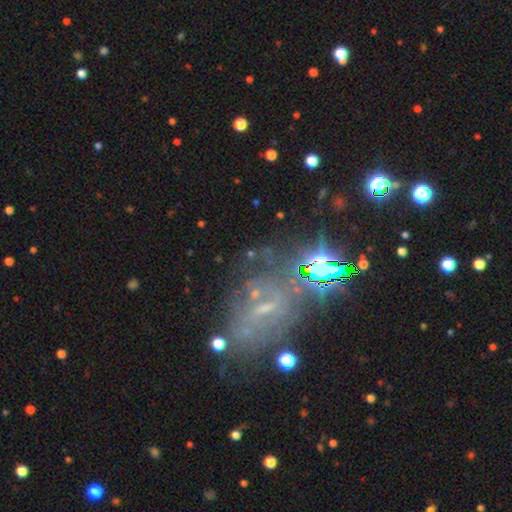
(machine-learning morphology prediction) Smooth or featured?
  - featured or disk: 45% *
  - star or artifact: 39%
  - smooth: 16%
Merging?
  - none: 55% *
  - minor disturbance: 19%
  - major disturbance: 18%
  - merger: 7%